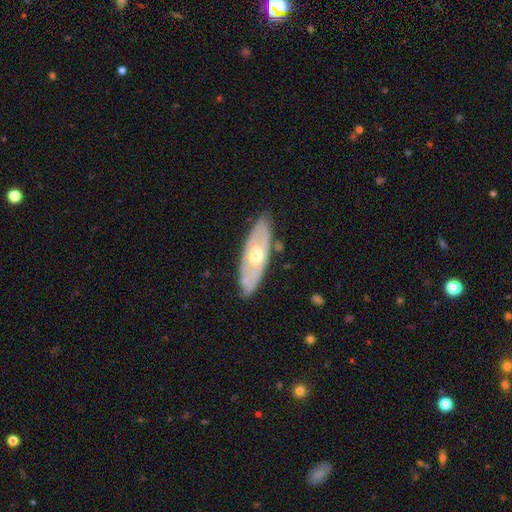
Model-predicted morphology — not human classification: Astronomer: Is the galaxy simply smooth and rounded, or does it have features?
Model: featured or disk — 62%.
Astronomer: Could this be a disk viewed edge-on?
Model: no — 68%.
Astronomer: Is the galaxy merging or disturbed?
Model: none — 81%.